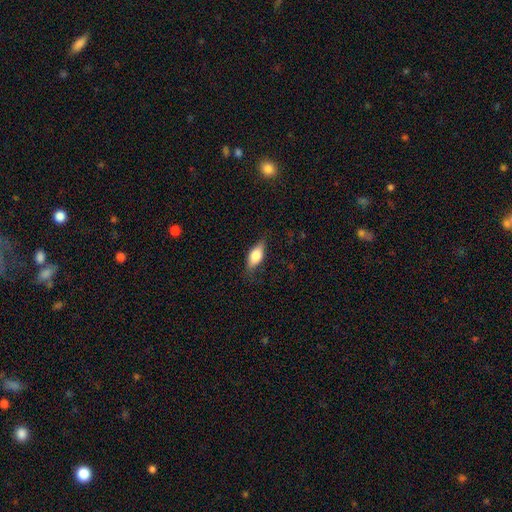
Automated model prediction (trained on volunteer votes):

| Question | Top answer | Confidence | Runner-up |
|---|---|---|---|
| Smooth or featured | smooth | 73% | featured or disk (21%) |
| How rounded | in between | 79% | cigar-shaped (17%) |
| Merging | none | 74% | minor disturbance (20%) |